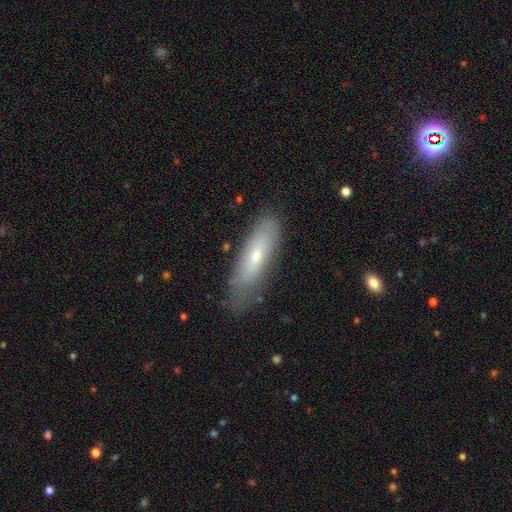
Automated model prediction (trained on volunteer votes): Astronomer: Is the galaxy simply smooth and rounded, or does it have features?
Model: smooth — 57% (runner-up: featured or disk, 35%).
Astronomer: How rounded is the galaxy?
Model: cigar-shaped — 55% (runner-up: in between, 43%).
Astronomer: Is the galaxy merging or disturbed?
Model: none — 72%.